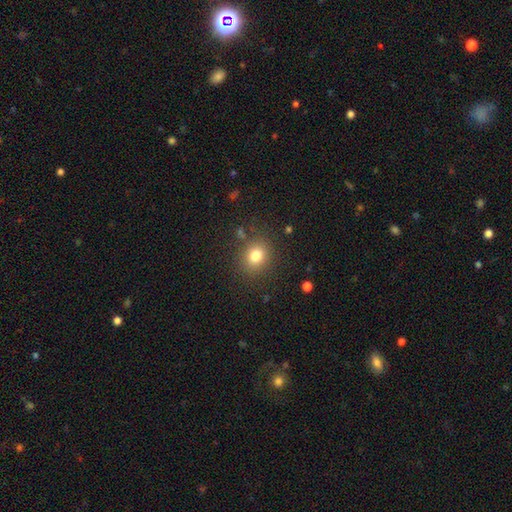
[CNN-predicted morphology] Q: Smooth or featured?
A: smooth (79%); runner-up: star or artifact (13%)
Q: How rounded?
A: round (71%); runner-up: in between (28%)
Q: Merging?
A: none (83%); runner-up: minor disturbance (10%)